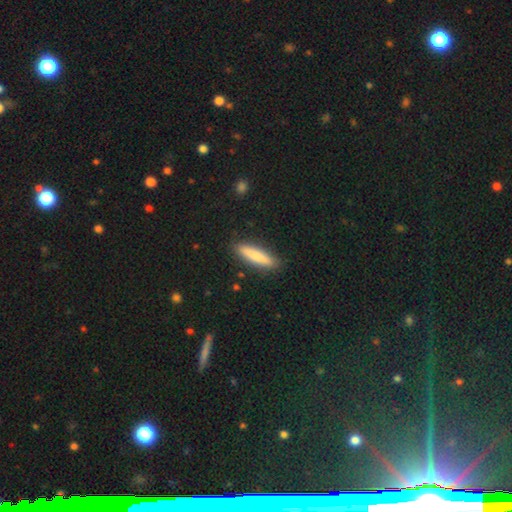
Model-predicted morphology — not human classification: This is likely a smooth galaxy (79%). How rounded: clearly cigar-shaped (83%). Merging: clearly none (89%).